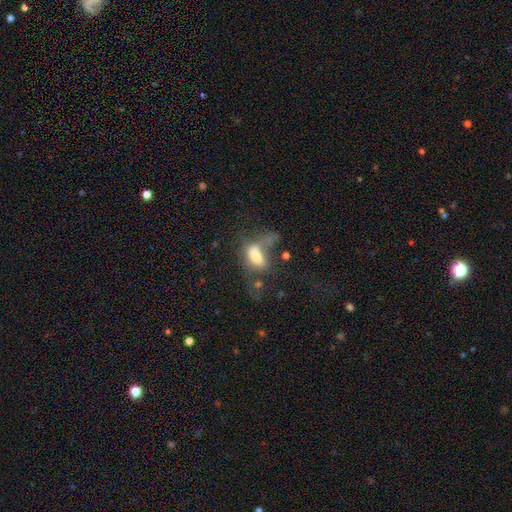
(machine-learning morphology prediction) Smooth or featured? Predicted: smooth (p=0.61). How rounded? Predicted: in between (p=0.83). Merging? Predicted: major disturbance (p=0.37).